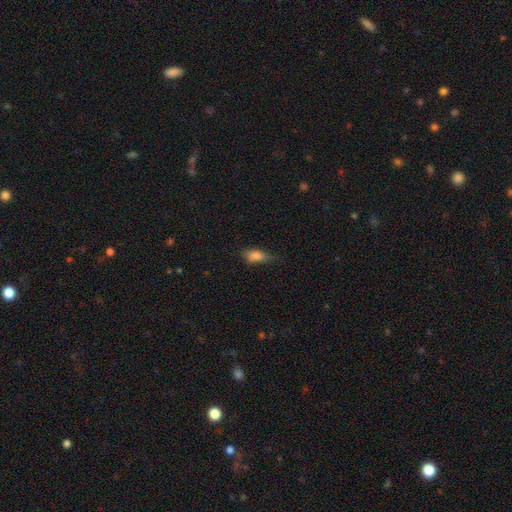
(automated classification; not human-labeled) A smooth galaxy with no disk features (77%) that is in between round and cigar-shaped (78%). Merging: none (43%).